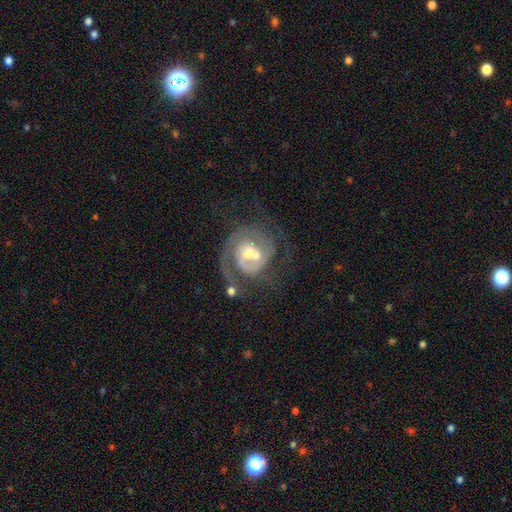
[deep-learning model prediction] A featured or disk galaxy (84%) with no bar (68%), 2 (40%) tight (48%) spiral arms (90%) and a moderate central bulge (58%).

Vote fractions:
- Smooth or featured? featured or disk: 84% / smooth: 11% / star or artifact: 6%
- Edge-on disk? no: 98% / yes: 2%
- Bar? no: 68% / weak: 26% / strong: 6%
- Spiral arms? yes: 90% / no: 10%
- Spiral winding? tight: 48% / medium: 36% / loose: 16%
- Spiral arm count? 2: 40% / 1: 28% / can't tell: 17% / 3: 8% / 4: 3% / more than 4: 3%
- Bulge size? moderate: 58% / small: 31% / large: 8% / none: 2% / dominant: 2%
- Merging? none: 40% / merger: 24% / major disturbance: 22% / minor disturbance: 14%